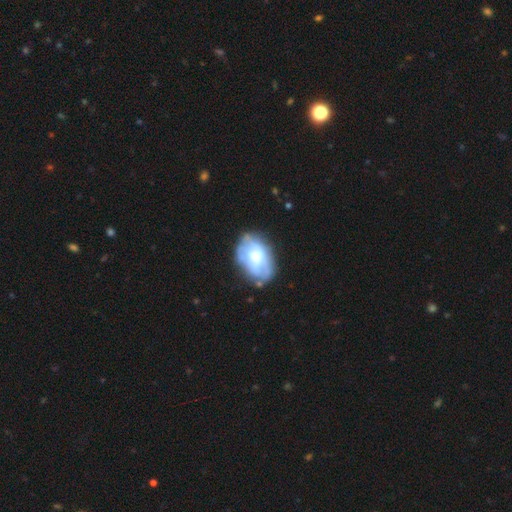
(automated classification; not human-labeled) The model was most divided on "smooth or featured": featured or disk: 52%, smooth: 41%, star or artifact: 7%. More confident: edge-on disk — no (95%); merging — none (58%).